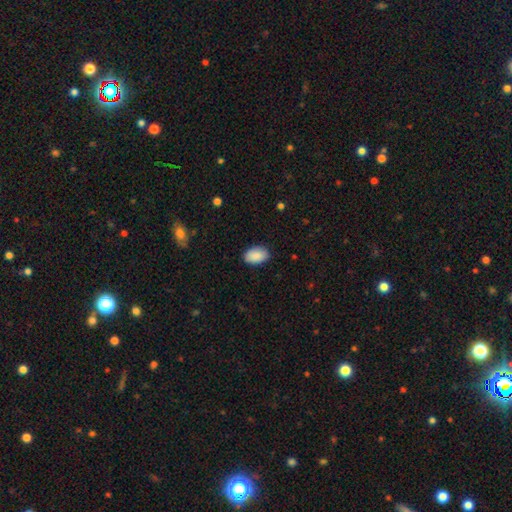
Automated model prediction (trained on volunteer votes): A smooth galaxy with no disk features (90%) that is in between round and cigar-shaped (91%).

Vote fractions:
- Smooth or featured? smooth: 90% / star or artifact: 6% / featured or disk: 4%
- How rounded? in between: 91% / round: 8% / cigar-shaped: 1%
- Merging? none: 86% / minor disturbance: 11% / major disturbance: 2% / merger: 1%